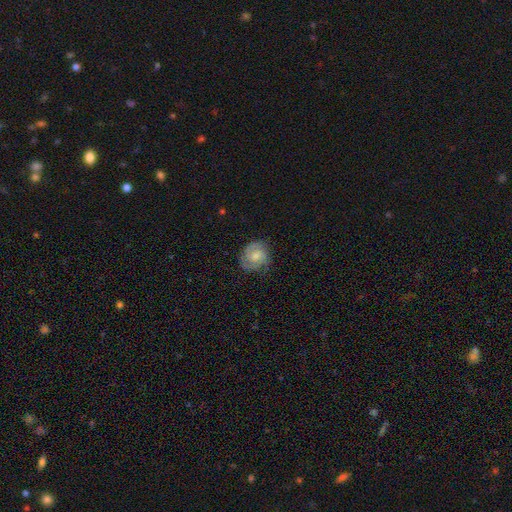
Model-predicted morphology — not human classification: A featured or disk galaxy (69%) with no bar (65%), 2 (60%) tight (55%) spiral arms (94%) and a moderate central bulge (47%). Merging: none (76%).